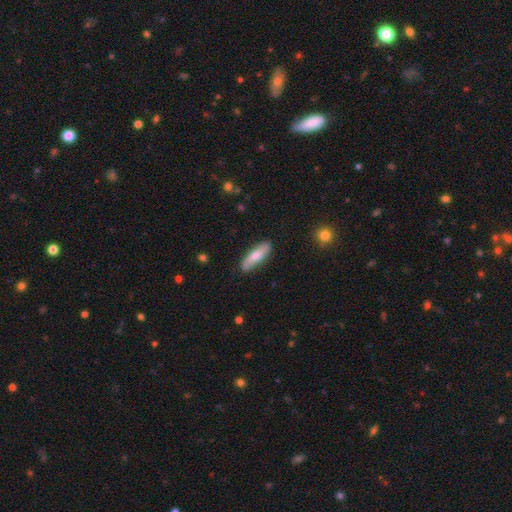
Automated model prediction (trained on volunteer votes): Smooth or featured: smooth — 63% (featured or disk — 32%)
How rounded: cigar-shaped — 53% (in between — 45%)
Merging: none — 83% (minor disturbance — 13%)